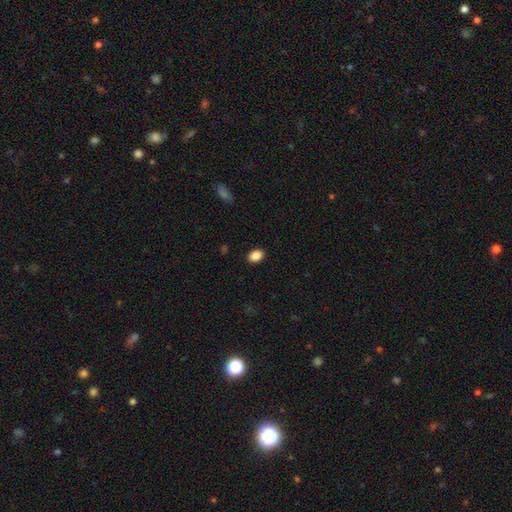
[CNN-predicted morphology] Overall: smooth (88%). How rounded: in between (76%). Merging: none (90%).